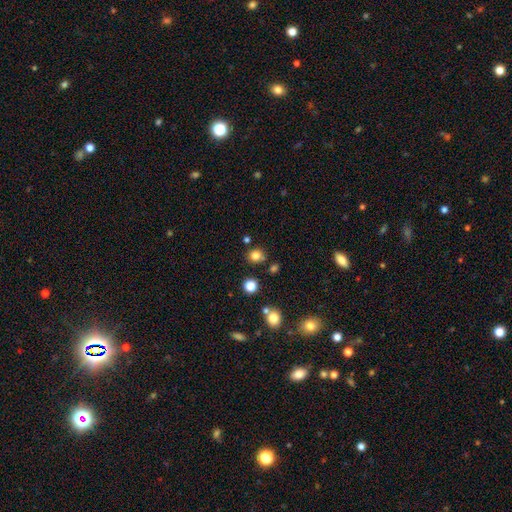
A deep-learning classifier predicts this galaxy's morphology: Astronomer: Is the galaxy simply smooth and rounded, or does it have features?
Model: smooth — 80%.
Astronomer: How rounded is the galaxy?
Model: round — 83%.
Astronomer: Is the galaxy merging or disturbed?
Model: none — 79%.